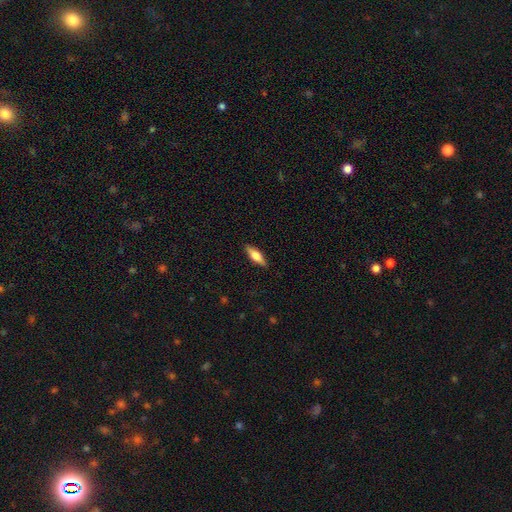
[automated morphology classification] Smooth or featured? smooth (53%)
How rounded? cigar-shaped (49%)
Merging? none (89%)